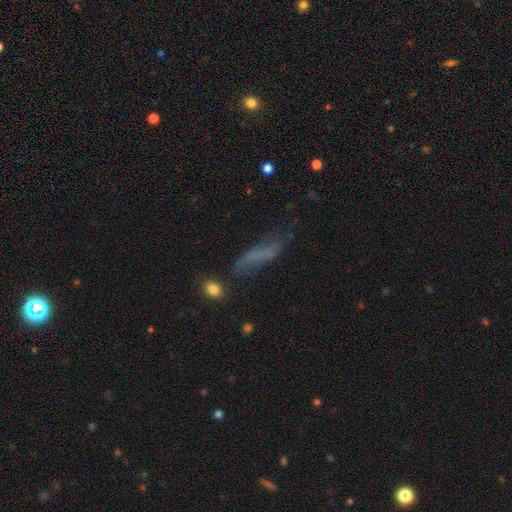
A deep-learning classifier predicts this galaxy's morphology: smooth 45%, featured or disk 39%, star or artifact 16%. Down the decision tree: merging — none (49%).